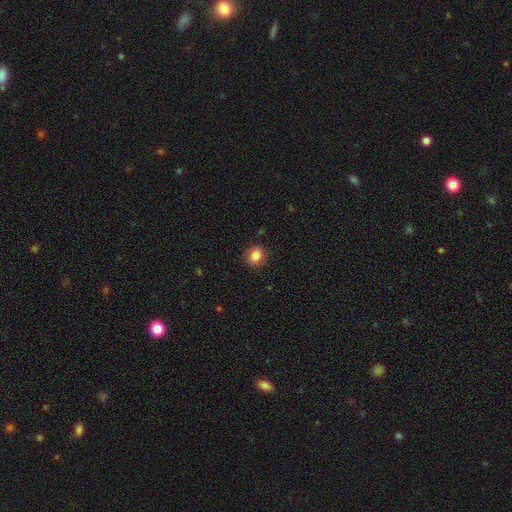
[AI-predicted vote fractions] This appears to be a smooth galaxy with no disk features (85%) that is round (76%). Merging: none (89%).